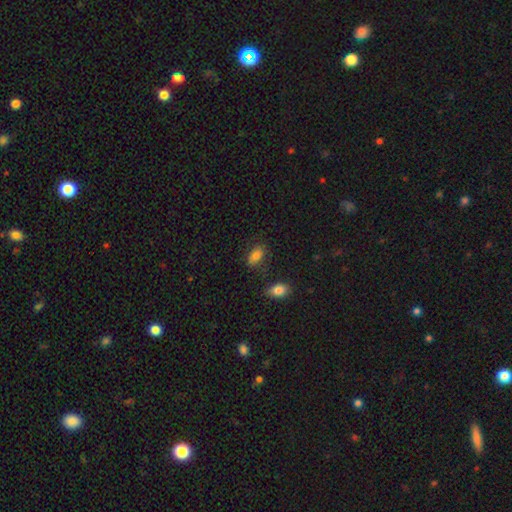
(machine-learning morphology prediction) Smooth or featured: smooth — 83% (star or artifact — 9%)
How rounded: in between — 90% (round — 6%)
Merging: none — 72% (minor disturbance — 18%)